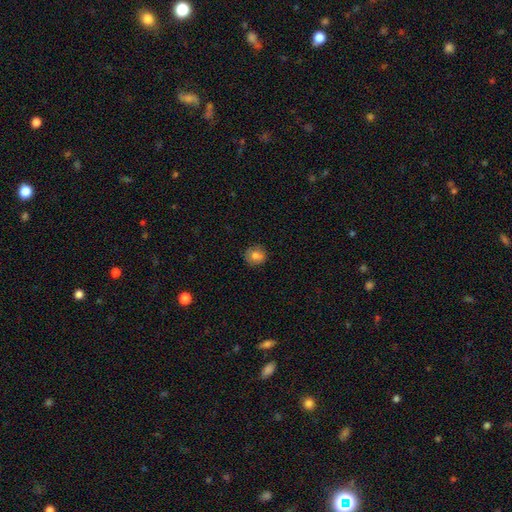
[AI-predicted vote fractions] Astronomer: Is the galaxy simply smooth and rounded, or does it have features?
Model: smooth — 80%.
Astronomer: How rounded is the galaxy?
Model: round — 88%.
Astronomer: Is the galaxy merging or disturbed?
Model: none — 86%.